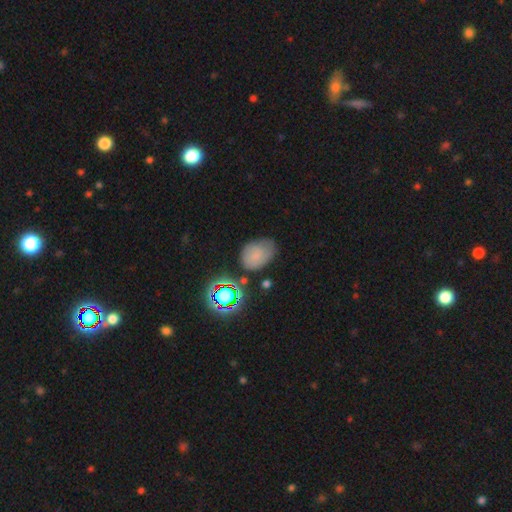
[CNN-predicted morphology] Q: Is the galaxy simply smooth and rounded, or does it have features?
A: smooth — 67%.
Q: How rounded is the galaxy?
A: in between — 70%.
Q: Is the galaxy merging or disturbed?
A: none — 59%.